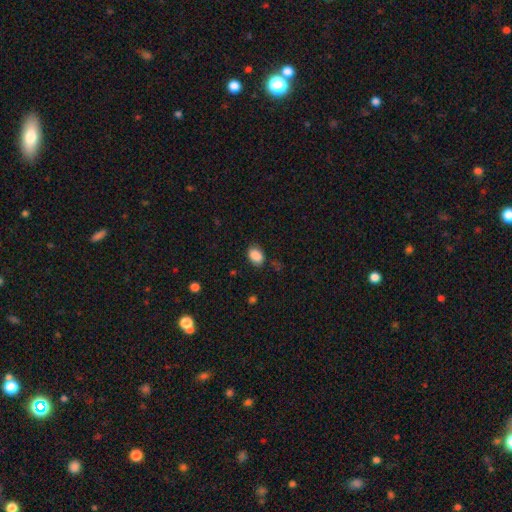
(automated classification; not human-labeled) This appears to be a smooth galaxy with no disk features (88%) that is in between round and cigar-shaped (79%). Merging: none (78%).